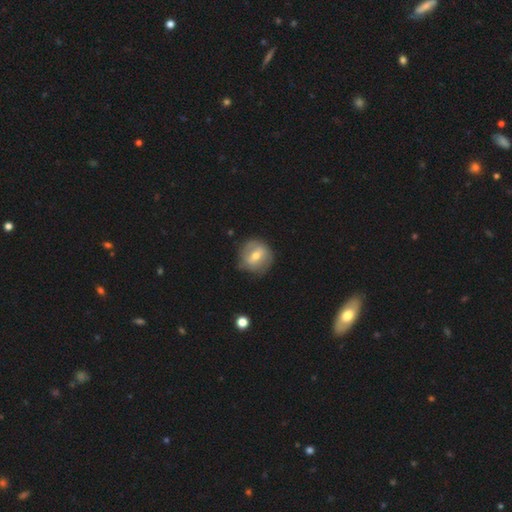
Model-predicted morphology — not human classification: A featured or disk galaxy (49%). Merging: none (76%).